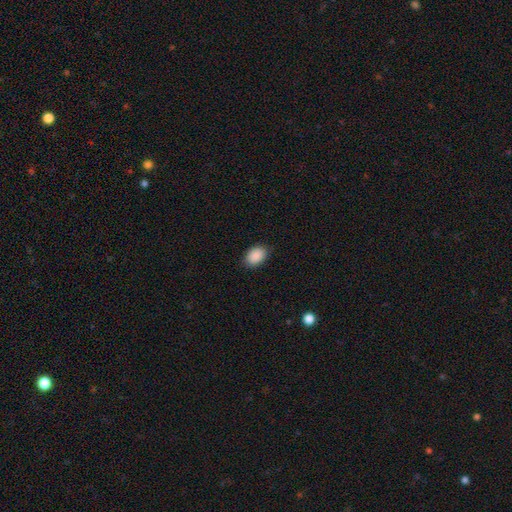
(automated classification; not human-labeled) A smooth galaxy with no disk features (91%) that is in between round and cigar-shaped (83%). Merging: none (87%).